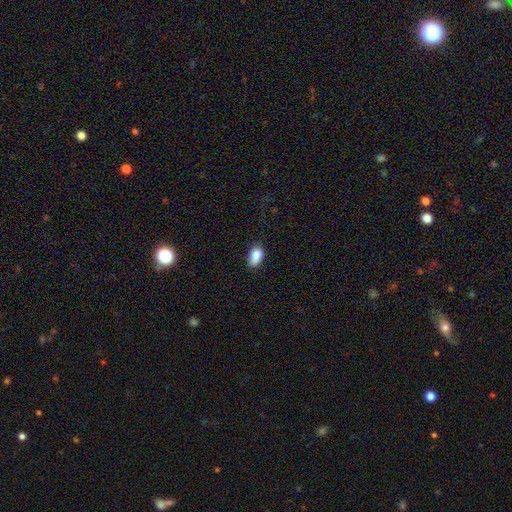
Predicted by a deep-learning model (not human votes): Smooth or featured? Predicted: smooth (p=0.87). How rounded? Predicted: in between (p=0.90). Merging? Predicted: none (p=0.82).